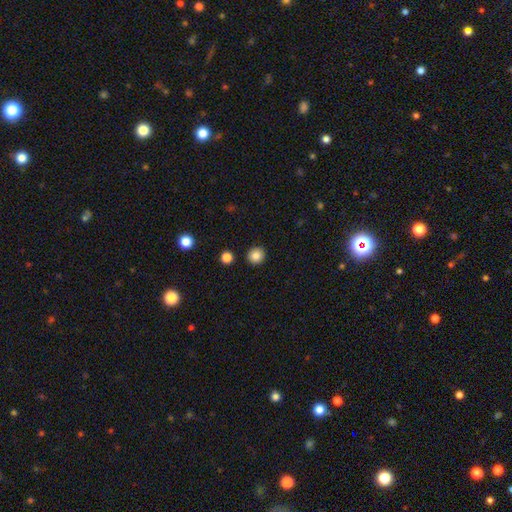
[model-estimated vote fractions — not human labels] Smooth or featured?
  - smooth: 85% *
  - star or artifact: 11%
  - featured or disk: 4%
How rounded?
  - round: 91% *
  - in between: 8%
  - cigar-shaped: 1%
Merging?
  - none: 91% *
  - minor disturbance: 5%
  - merger: 2%
  - major disturbance: 2%